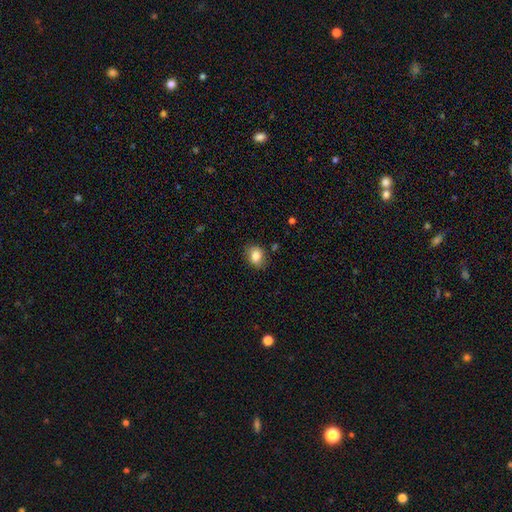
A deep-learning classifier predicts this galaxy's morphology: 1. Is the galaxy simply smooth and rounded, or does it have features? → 83% smooth, 9% star or artifact, 8% featured or disk.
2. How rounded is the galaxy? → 56% in between, 43% round, 1% cigar-shaped.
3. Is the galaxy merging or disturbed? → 80% none, 14% minor disturbance, 3% major disturbance, 2% merger.